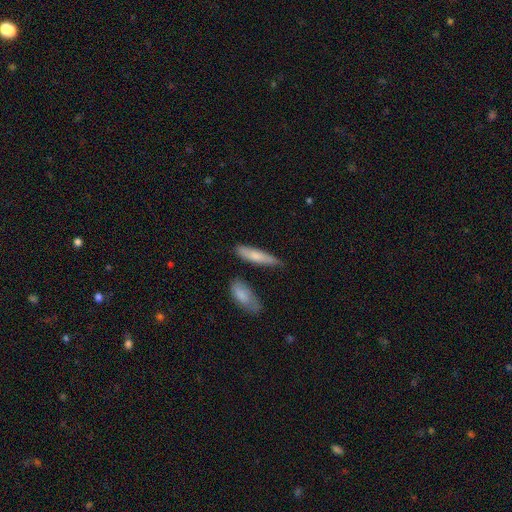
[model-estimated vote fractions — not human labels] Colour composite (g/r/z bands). It shows a smooth galaxy with no disk features (74%) that is cigar-shaped (73%). Merging: none (67%).